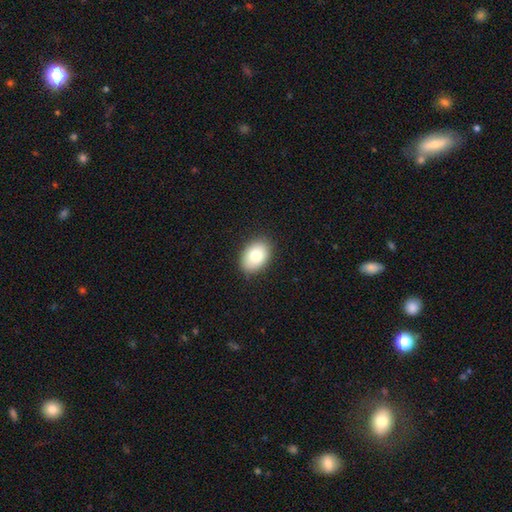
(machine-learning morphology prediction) This appears to be a smooth galaxy with no disk features (81%) that is in between round and cigar-shaped (82%). Merging: none (87%).